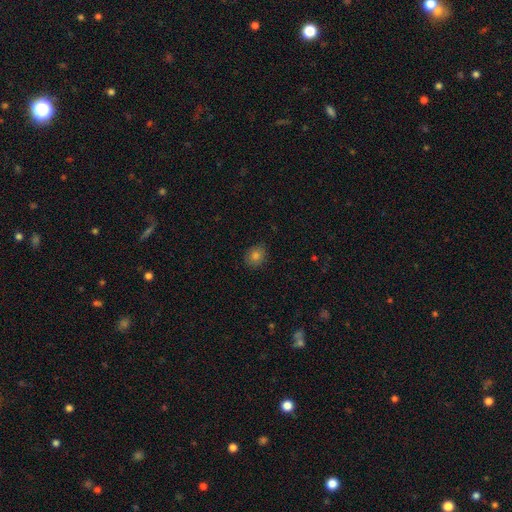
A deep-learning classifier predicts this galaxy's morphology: smooth 80%, star or artifact 13%, featured or disk 7%. Down the decision tree: how rounded — round (60%); merging — none (87%).